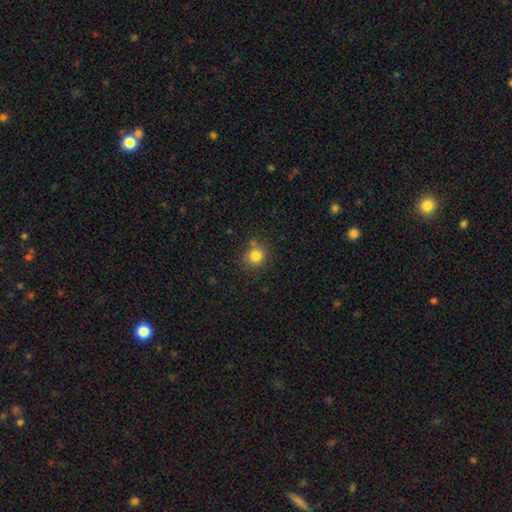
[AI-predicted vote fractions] A smooth galaxy with no disk features (82%) that is round (88%).

Vote fractions:
- Smooth or featured? smooth: 82% / star or artifact: 12% / featured or disk: 6%
- How rounded? round: 88% / in between: 11% / cigar-shaped: 1%
- Merging? none: 76% / minor disturbance: 14% / merger: 6% / major disturbance: 4%